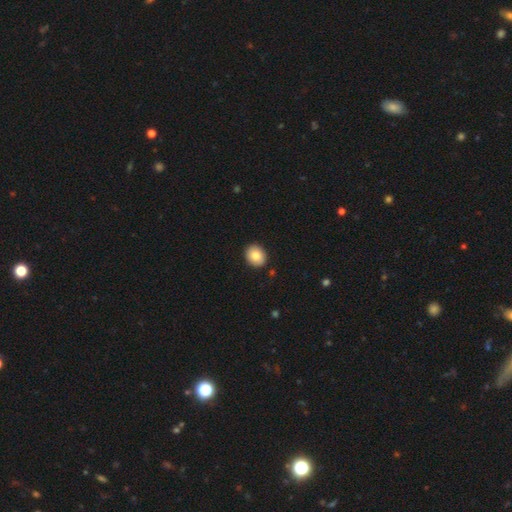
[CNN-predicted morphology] Smooth or featured?
  - smooth: 85% *
  - star or artifact: 8%
  - featured or disk: 8%
How rounded?
  - round: 53% *
  - in between: 46%
  - cigar-shaped: 1%
Merging?
  - none: 91% *
  - minor disturbance: 7%
  - major disturbance: 2%
  - merger: 1%